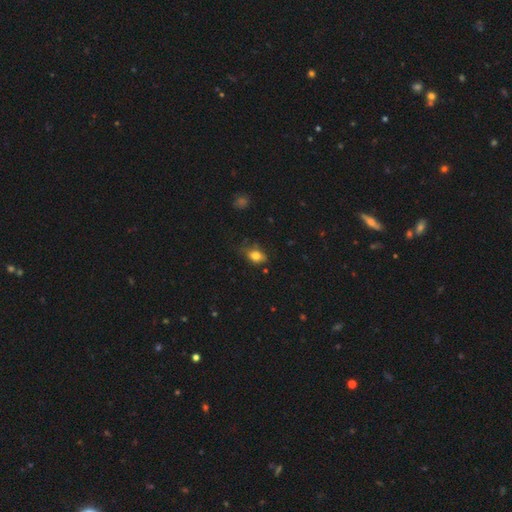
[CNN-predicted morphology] Smooth or featured? Predicted: smooth (p=0.78). How rounded? Predicted: in between (p=0.79). Merging? Predicted: none (p=0.55).